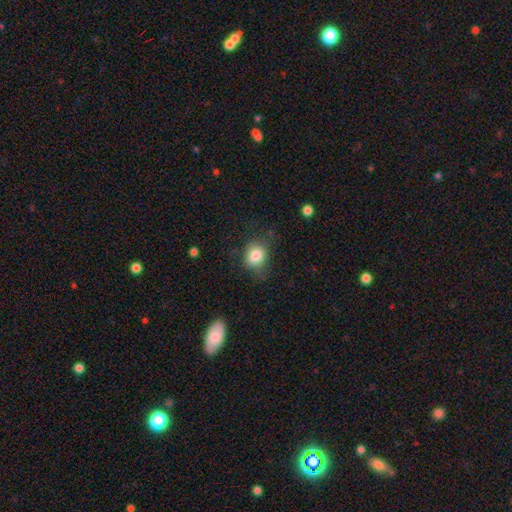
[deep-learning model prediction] A smooth galaxy with no disk features (82%) that is round (61%). Merging: none (67%).